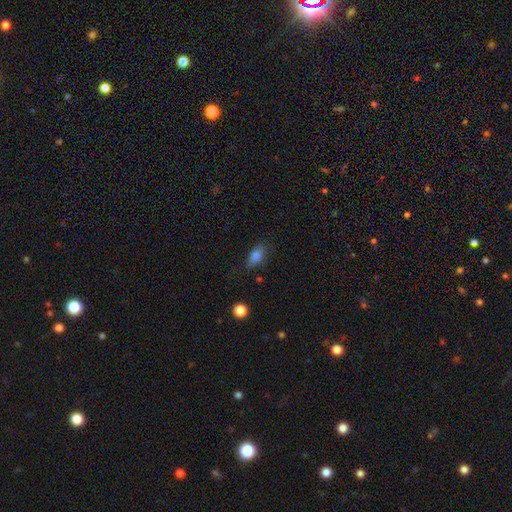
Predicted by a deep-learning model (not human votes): Morphology: type=smooth (80%); roundness=in between (85%); merging=none (71%).